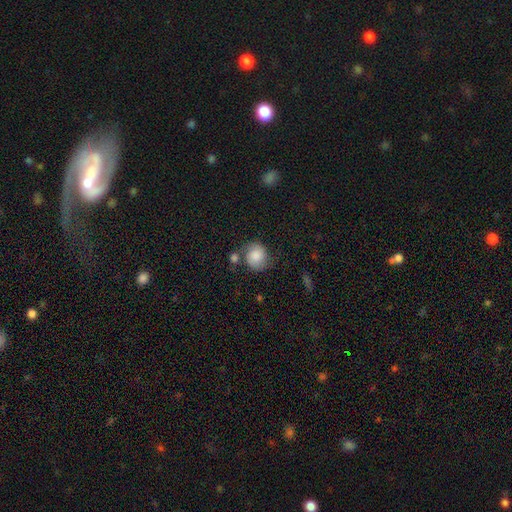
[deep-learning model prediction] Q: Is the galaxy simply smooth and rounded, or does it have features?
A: smooth — 69%.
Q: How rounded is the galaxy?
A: round — 79%.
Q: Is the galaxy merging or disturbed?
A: none — 60%.